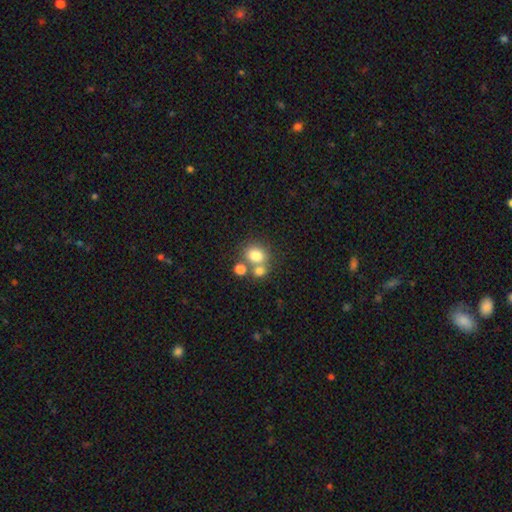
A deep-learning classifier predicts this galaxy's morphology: A smooth galaxy with no disk features (77%) that is round (70%).

Vote fractions:
- Smooth or featured? smooth: 77% / star or artifact: 13% / featured or disk: 11%
- How rounded? round: 70% / in between: 29% / cigar-shaped: 1%
- Merging? none: 52% / merger: 36% / minor disturbance: 9% / major disturbance: 4%